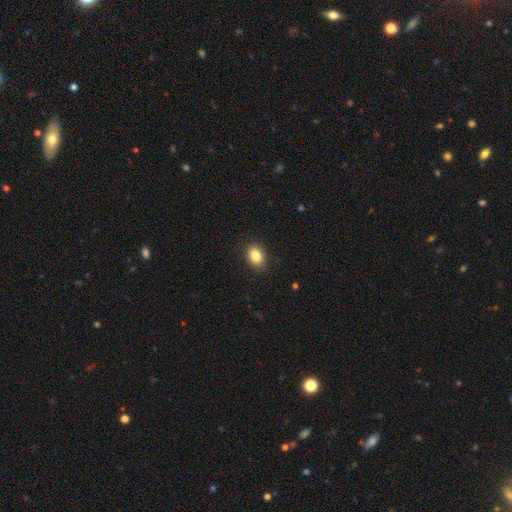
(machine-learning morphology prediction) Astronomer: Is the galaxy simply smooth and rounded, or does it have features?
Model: smooth — 84%.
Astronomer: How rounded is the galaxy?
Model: in between — 61% (runner-up: round, 38%).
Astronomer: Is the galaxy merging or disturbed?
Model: none — 88%.